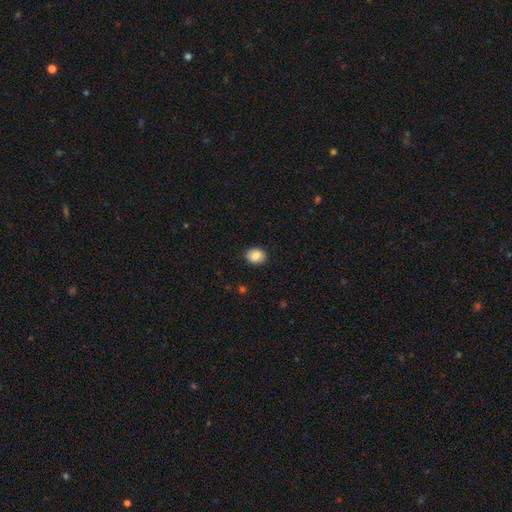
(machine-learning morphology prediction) Smooth or featured? Predicted: smooth (p=0.83). How rounded? Predicted: round (p=0.60). Merging? Predicted: none (p=0.88).